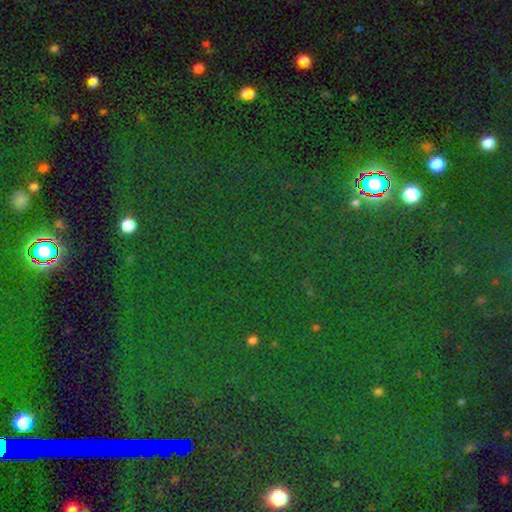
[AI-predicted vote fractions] Smooth or featured: star or artifact — 82% (smooth — 10%)